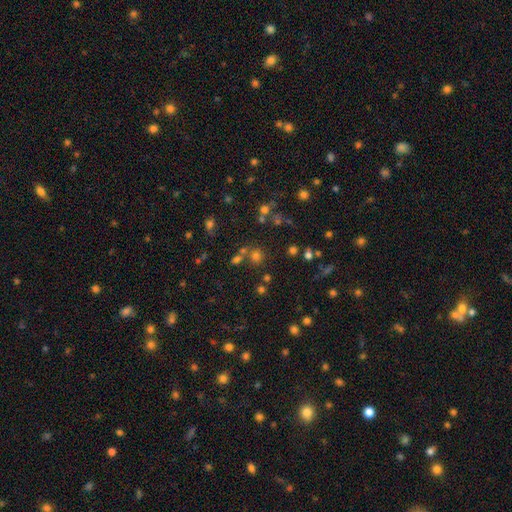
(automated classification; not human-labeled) Smooth or featured? Predicted: smooth (p=0.61). How rounded? Predicted: round (p=0.85). Merging? Predicted: none (p=0.70).